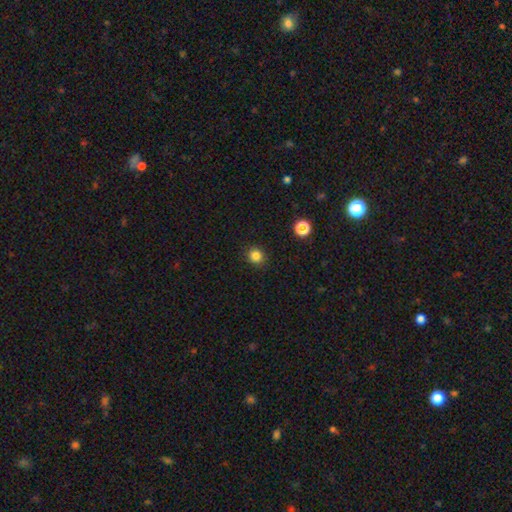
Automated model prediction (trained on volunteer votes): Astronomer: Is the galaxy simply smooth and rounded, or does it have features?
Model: smooth — 84%.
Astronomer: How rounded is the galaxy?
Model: round — 87%.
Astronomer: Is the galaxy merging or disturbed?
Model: none — 90%.